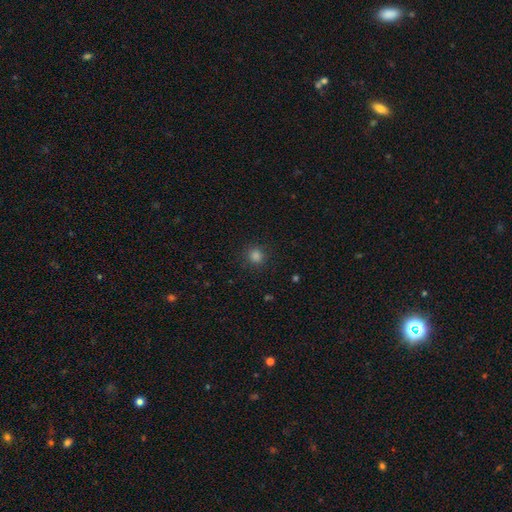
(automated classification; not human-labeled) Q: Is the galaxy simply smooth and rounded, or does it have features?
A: smooth — 82%.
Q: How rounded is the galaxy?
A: round — 90%.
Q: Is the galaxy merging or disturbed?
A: none — 89%.